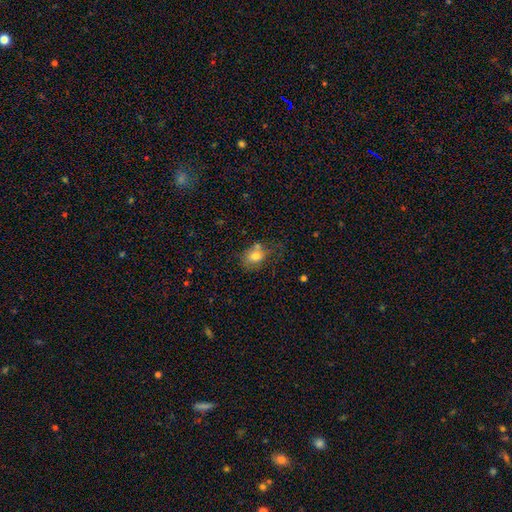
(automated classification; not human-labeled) smooth_or_featured: smooth (p=0.75) [alt: featured or disk p=0.15]
how_rounded: in between (p=0.62) [alt: round p=0.36]
merging: none (p=0.52) [alt: minor disturbance p=0.22]